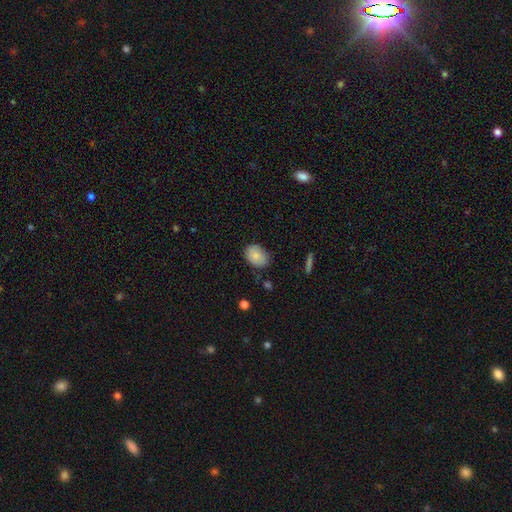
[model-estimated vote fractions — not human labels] A smooth galaxy with no disk features (85%) that is in between round and cigar-shaped (81%).

Vote fractions:
- Smooth or featured? smooth: 85% / featured or disk: 8% / star or artifact: 7%
- How rounded? in between: 81% / round: 18% / cigar-shaped: 1%
- Merging? none: 73% / minor disturbance: 21% / major disturbance: 4% / merger: 2%